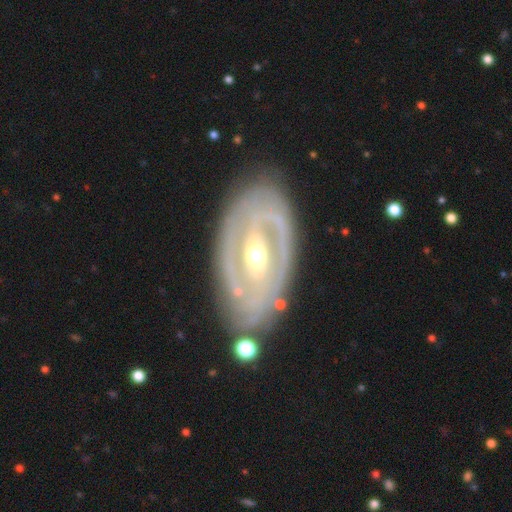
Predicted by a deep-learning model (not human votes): Q: Smooth or featured?
A: featured or disk (84%); runner-up: smooth (11%)
Q: Edge-on disk?
A: no (93%); runner-up: yes (7%)
Q: Bar?
A: strong (35%); runner-up: weak (34%)
Q: Spiral arms?
A: yes (76%); runner-up: no (24%)
Q: Spiral winding?
A: tight (65%); runner-up: medium (26%)
Q: Spiral arm count?
A: 2 (54%); runner-up: can't tell (28%)
Q: Bulge size?
A: moderate (57%); runner-up: small (38%)
Q: Merging?
A: none (78%); runner-up: minor disturbance (14%)